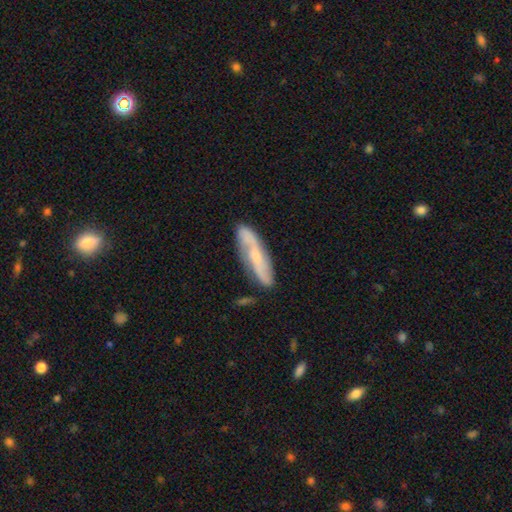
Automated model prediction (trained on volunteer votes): smooth-or-featured: featured or disk: 69% | smooth: 25% | star or artifact: 6%
  disk-edge-on: no: 78% | yes: 22%
    bar: no: 45% | weak: 36% | strong: 18%
    has-spiral-arms: yes: 92% | no: 8%
    bulge-size: small: 53% | moderate: 34% | none: 9% | large: 3% | dominant: 1%
  merging: none: 80% | minor disturbance: 15% | major disturbance: 3% | merger: 2%